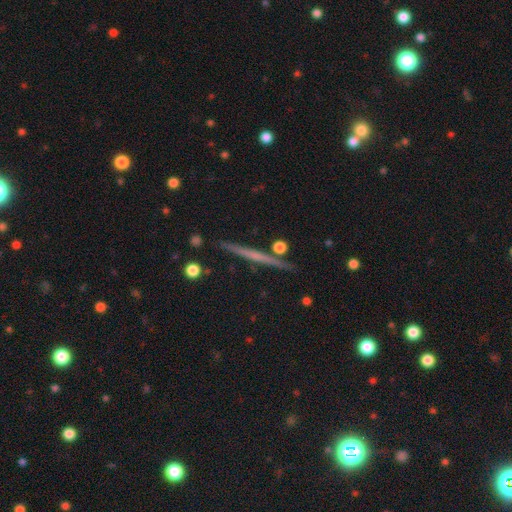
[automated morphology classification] Smooth or featured?
  - featured or disk: 66% *
  - smooth: 27%
  - star or artifact: 6%
Edge-on disk?
  - yes: 98% *
  - no: 2%
Edge-on bulge?
  - none: 78% *
  - rounded: 17%
  - boxy: 5%
Merging?
  - none: 90% *
  - minor disturbance: 6%
  - merger: 2%
  - major disturbance: 1%